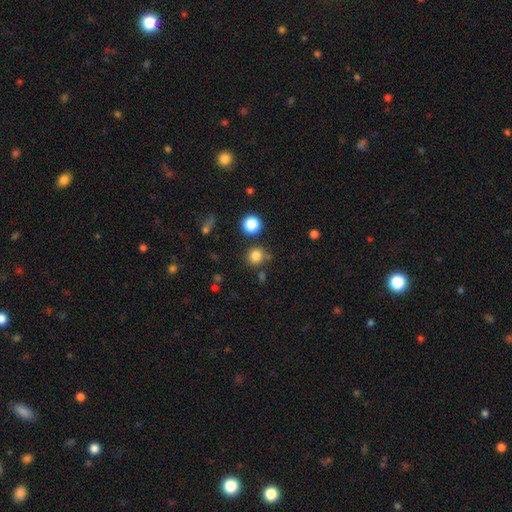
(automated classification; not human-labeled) A smooth galaxy with no disk features (81%) that is round (88%). Merging: none (77%).